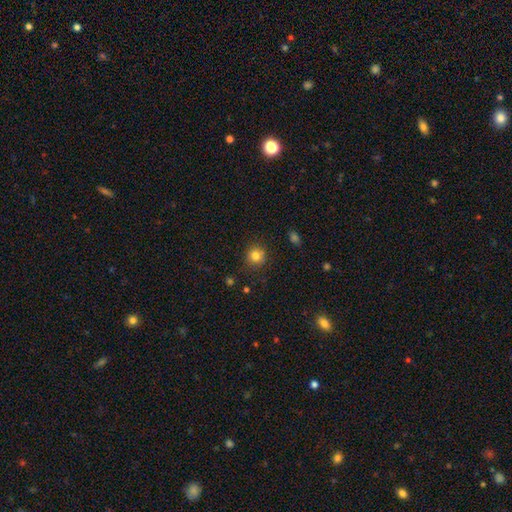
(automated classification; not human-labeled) A smooth galaxy with no disk features (81%) that is round (90%).

Vote fractions:
- Smooth or featured? smooth: 81% / star or artifact: 12% / featured or disk: 6%
- How rounded? round: 90% / in between: 9% / cigar-shaped: 1%
- Merging? none: 85% / minor disturbance: 10% / major disturbance: 3% / merger: 2%